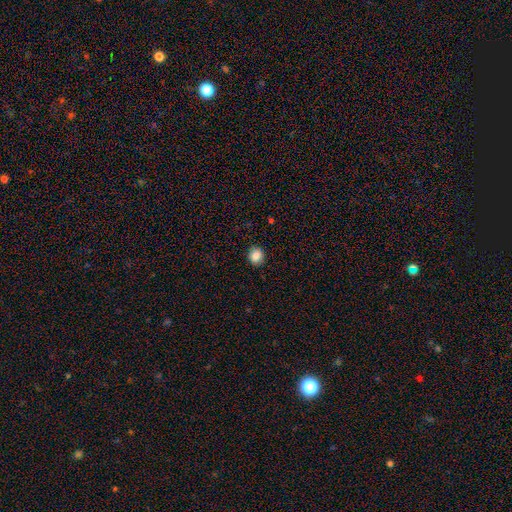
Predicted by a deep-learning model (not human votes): smooth_or_featured: smooth (p=0.85) [alt: star or artifact p=0.10]
how_rounded: round (p=0.77) [alt: in between p=0.22]
merging: none (p=0.90) [alt: minor disturbance p=0.07]